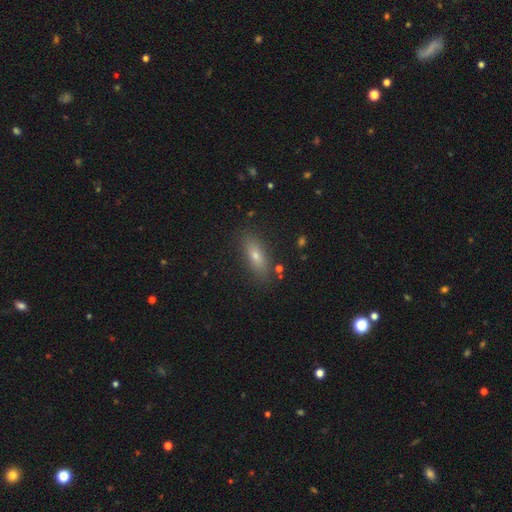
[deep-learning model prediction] smooth-or-featured: smooth: 67% | featured or disk: 22% | star or artifact: 11%
  how-rounded: in between: 60% | cigar-shaped: 36% | round: 4%
  merging: none: 85% | minor disturbance: 11% | major disturbance: 3% | merger: 2%